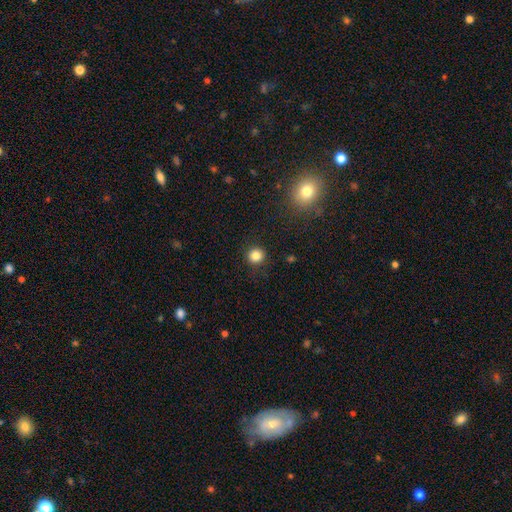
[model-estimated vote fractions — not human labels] A smooth galaxy with no disk features (83%) that is round (94%). Merging: none (91%).